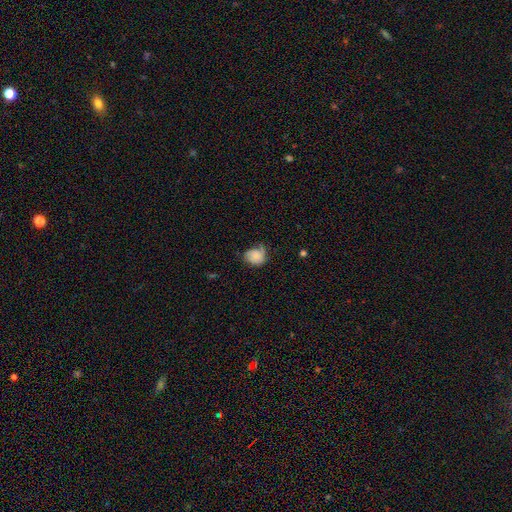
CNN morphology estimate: type=smooth (69%); roundness=round (57%); merging=none (42%).